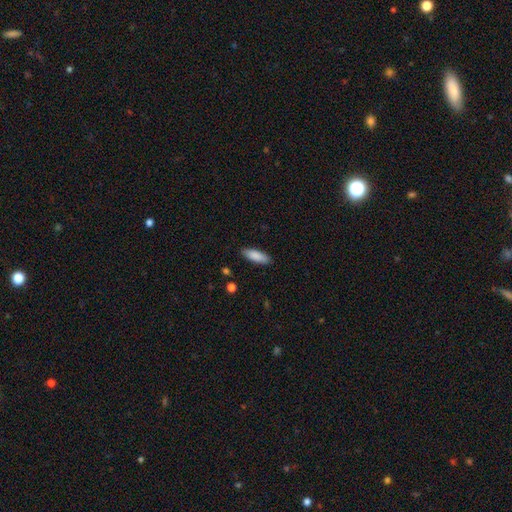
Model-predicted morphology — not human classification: This appears to be a smooth galaxy with no disk features (87%) that is in between round and cigar-shaped (61%). Merging: none (87%).